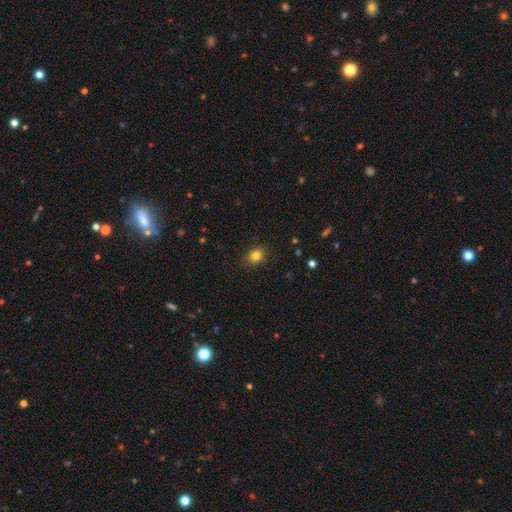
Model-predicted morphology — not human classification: smooth-or-featured: smooth: 83% | star or artifact: 12% | featured or disk: 6%
  how-rounded: round: 56% | in between: 43% | cigar-shaped: 1%
  merging: none: 87% | minor disturbance: 10% | major disturbance: 2% | merger: 1%